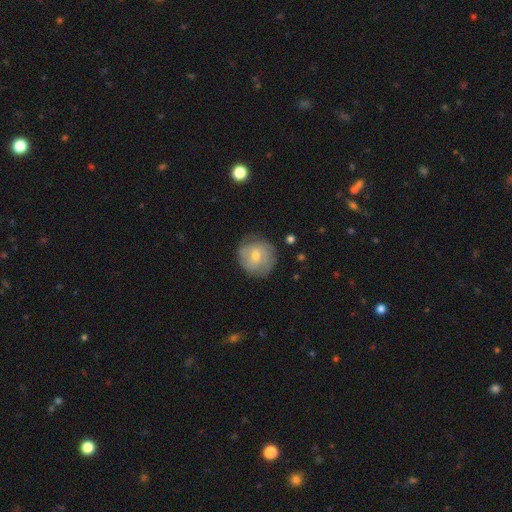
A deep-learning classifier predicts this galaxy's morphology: Overall: featured or disk (50%; smooth 42%). Edge-on disk: no (97%). Merging: none (73%).